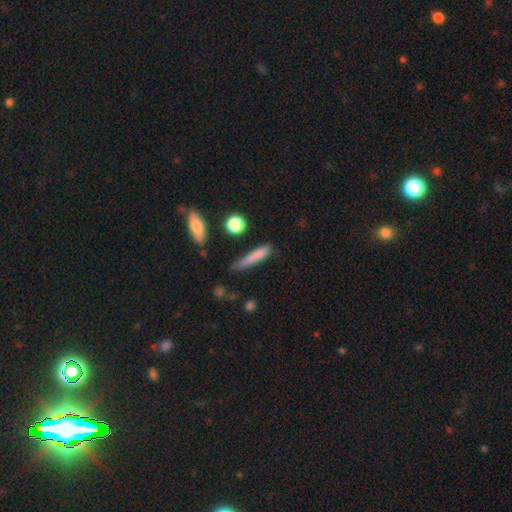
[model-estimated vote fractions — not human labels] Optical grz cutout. It shows a smooth galaxy with no disk features (78%) that is cigar-shaped (88%). Merging: none (67%).